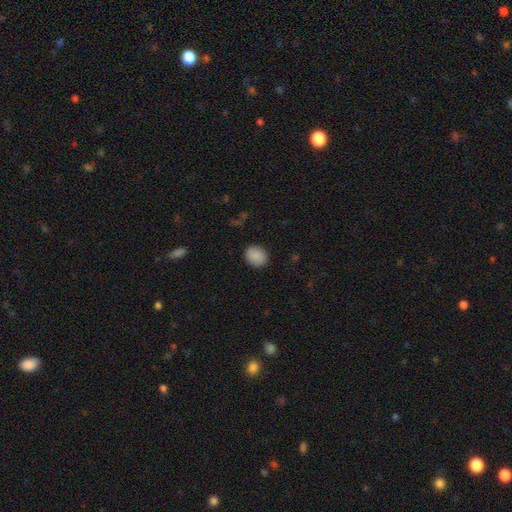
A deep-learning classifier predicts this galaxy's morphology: This appears to be a smooth galaxy with no disk features (88%) that is round (71%). Merging: none (89%).